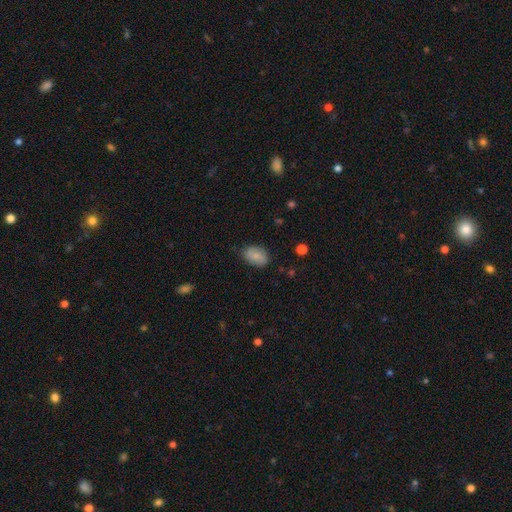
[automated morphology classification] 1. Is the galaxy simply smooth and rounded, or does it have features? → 81% smooth, 12% featured or disk, 7% star or artifact.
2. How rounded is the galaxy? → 87% in between, 12% round, 1% cigar-shaped.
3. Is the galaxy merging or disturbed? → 75% none, 20% minor disturbance, 4% major disturbance, 1% merger.